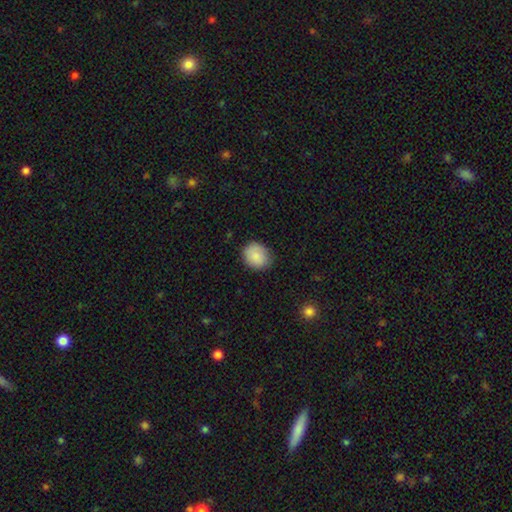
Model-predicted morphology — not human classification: Overall: smooth (86%). How rounded: round (67%; in between 33%). Merging: none (80%).